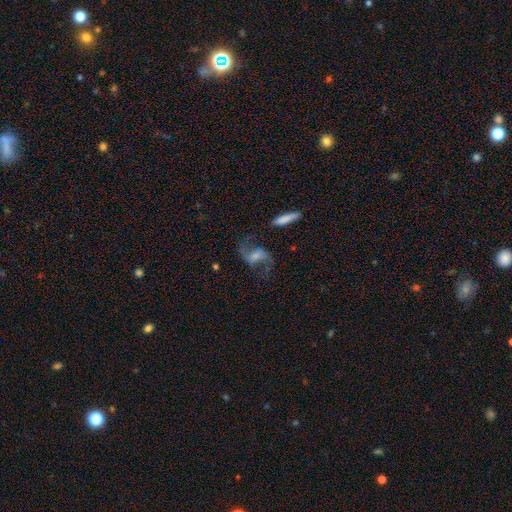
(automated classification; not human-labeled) featured or disk 84%, smooth 9%, star or artifact 7%. Down the decision tree: edge-on disk — no (95%); bar — weak (45%); spiral arms — yes (95%); spiral arm count — 2 (92%); spiral winding — loose (63%); bulge size — small (46%); merging — none (73%).